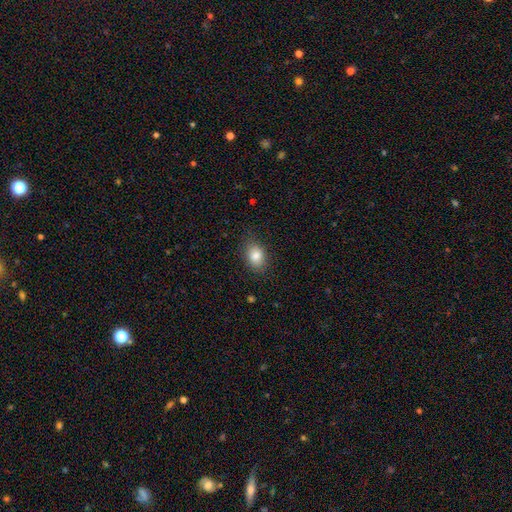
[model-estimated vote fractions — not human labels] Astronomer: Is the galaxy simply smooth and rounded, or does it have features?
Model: smooth — 83%.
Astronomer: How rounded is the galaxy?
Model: in between — 74%.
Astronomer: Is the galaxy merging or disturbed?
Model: none — 81%.